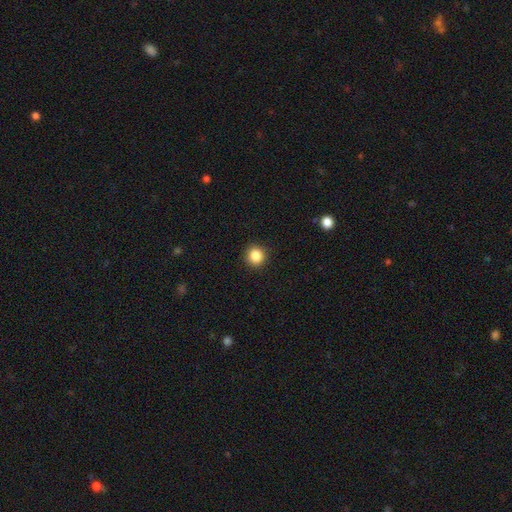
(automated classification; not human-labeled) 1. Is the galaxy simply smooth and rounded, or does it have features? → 86% smooth, 10% star or artifact, 4% featured or disk.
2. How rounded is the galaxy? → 94% round, 5% in between, 1% cigar-shaped.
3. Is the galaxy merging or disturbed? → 92% none, 5% minor disturbance, 2% major disturbance, 1% merger.